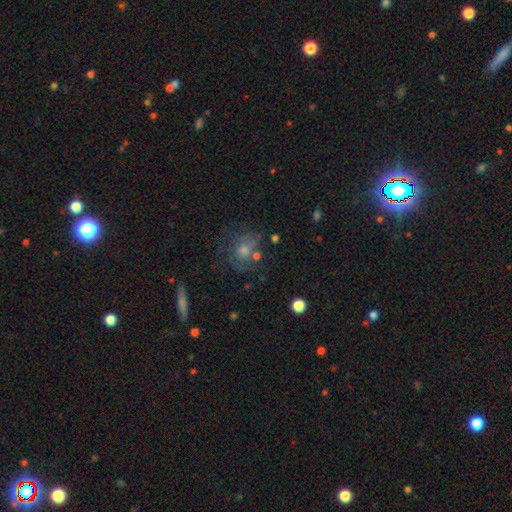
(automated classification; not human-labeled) Smooth or featured?
  - smooth: 43% *
  - featured or disk: 41%
  - star or artifact: 16%
Merging?
  - none: 56% *
  - minor disturbance: 20%
  - major disturbance: 16%
  - merger: 8%